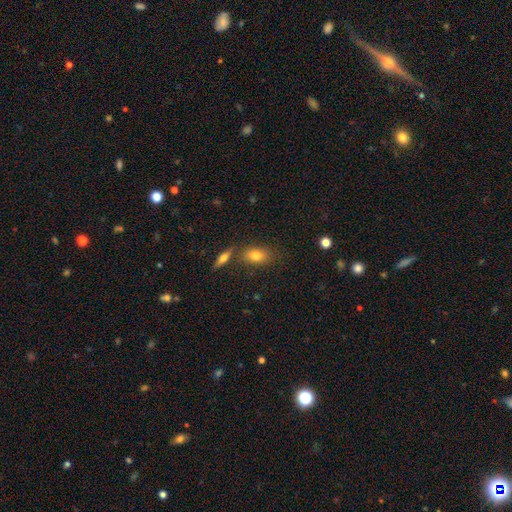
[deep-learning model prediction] Morphology: type=smooth (77%); roundness=in between (83%); merging=none (70%).